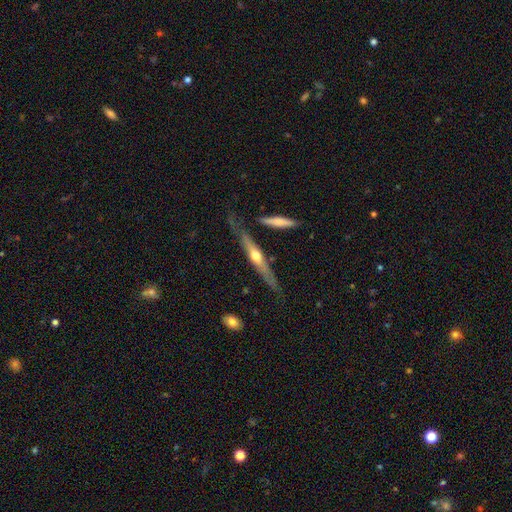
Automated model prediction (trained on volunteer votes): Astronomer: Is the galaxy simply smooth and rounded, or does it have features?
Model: featured or disk — 68%.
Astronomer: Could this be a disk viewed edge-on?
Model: yes — 92%.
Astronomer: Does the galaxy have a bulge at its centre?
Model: rounded — 86%.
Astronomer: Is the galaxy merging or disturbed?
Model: none — 71%.